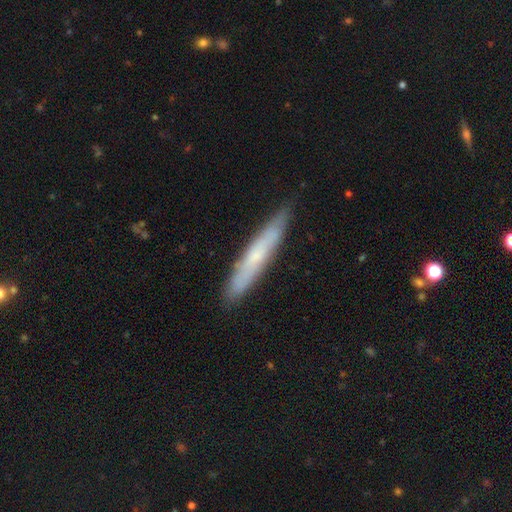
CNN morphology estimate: Smooth or featured? Predicted: smooth (p=0.50). Merging? Predicted: none (p=0.85).